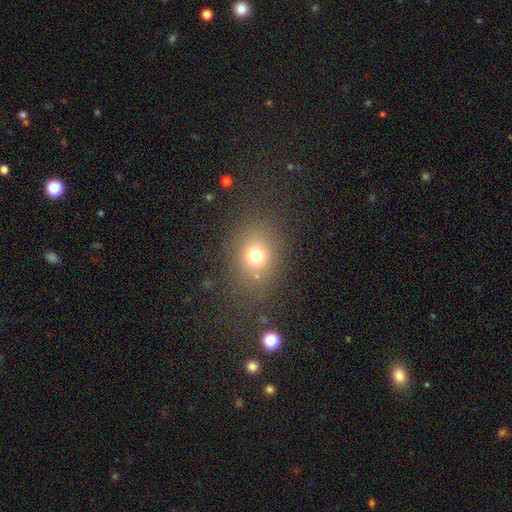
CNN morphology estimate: Smooth or featured?
  - smooth: 72% *
  - star or artifact: 17%
  - featured or disk: 11%
How rounded?
  - round: 55% *
  - in between: 44%
  - cigar-shaped: 1%
Merging?
  - none: 74% *
  - minor disturbance: 13%
  - major disturbance: 9%
  - merger: 4%